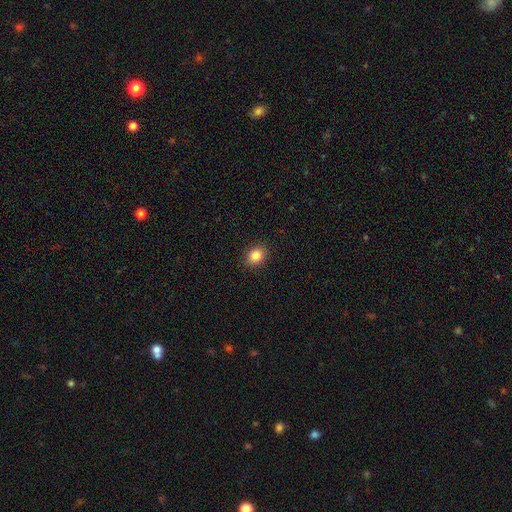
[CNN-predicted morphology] This is clearly a smooth galaxy (85%). How rounded: possibly round (51%). Merging: clearly none (91%).